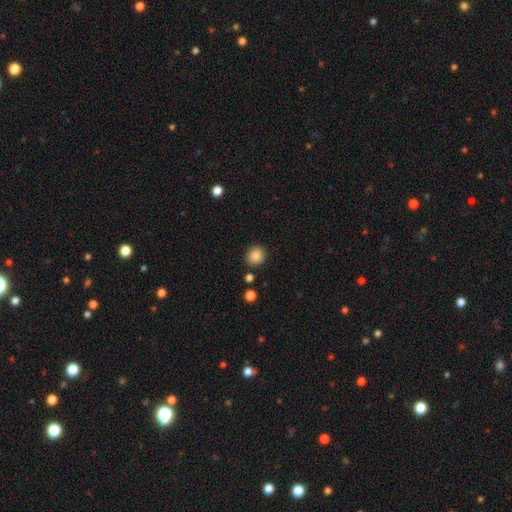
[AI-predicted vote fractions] smooth_or_featured: smooth (p=0.87) [alt: star or artifact p=0.09]
how_rounded: round (p=0.88) [alt: in between p=0.11]
merging: none (p=0.87) [alt: minor disturbance p=0.08]